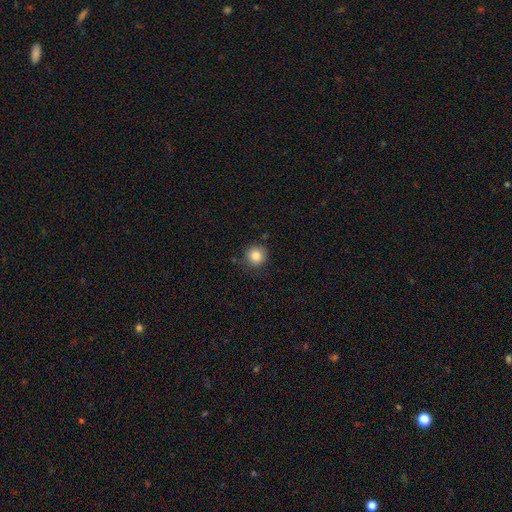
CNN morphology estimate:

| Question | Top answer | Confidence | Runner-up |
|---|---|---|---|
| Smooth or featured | smooth | 85% | star or artifact (10%) |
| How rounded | round | 93% | in between (6%) |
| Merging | none | 83% | minor disturbance (12%) |